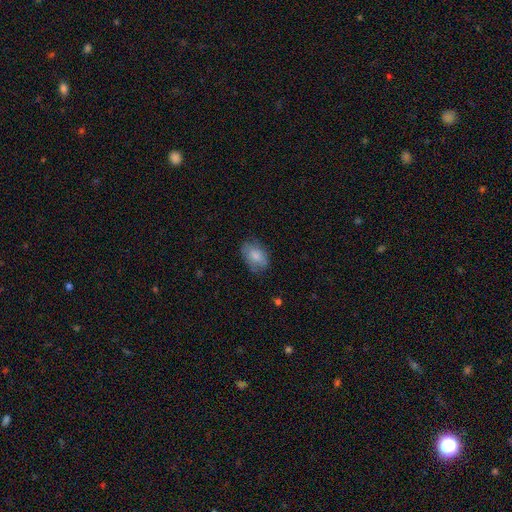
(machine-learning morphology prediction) Smooth or featured? Predicted: smooth (p=0.78). How rounded? Predicted: in between (p=0.86). Merging? Predicted: none (p=0.71).